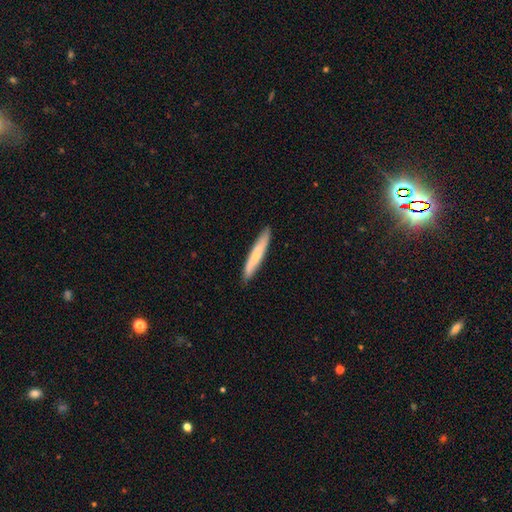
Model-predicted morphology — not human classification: A smooth galaxy with no disk features (65%) that is cigar-shaped (93%).

Vote fractions:
- Smooth or featured? smooth: 65% / featured or disk: 30% / star or artifact: 5%
- How rounded? cigar-shaped: 93% / in between: 5% / round: 1%
- Merging? none: 88% / minor disturbance: 9% / major disturbance: 1% / merger: 1%